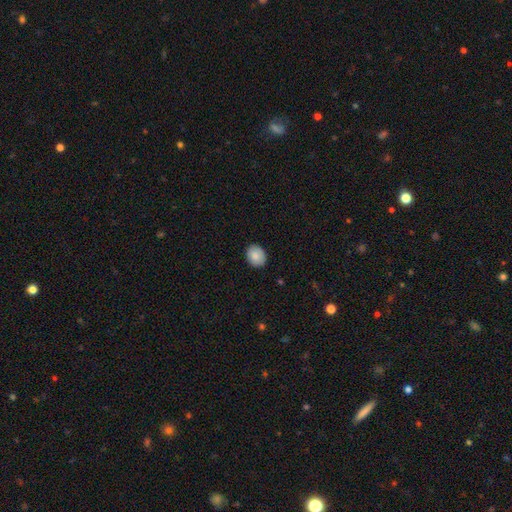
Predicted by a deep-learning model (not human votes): This appears to be a smooth galaxy with no disk features (86%) that is round (53%). Merging: none (87%).